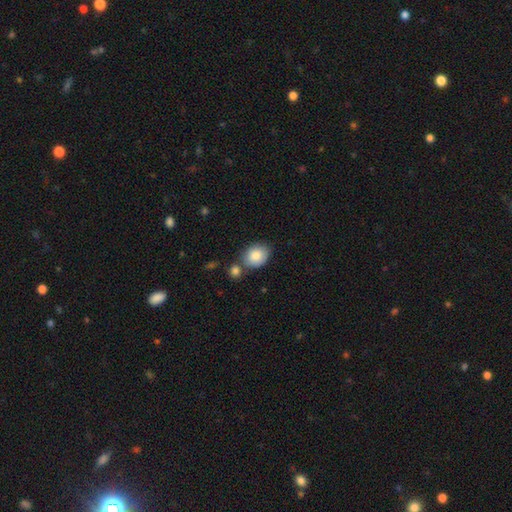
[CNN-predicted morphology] type=smooth (85%); roundness=in between (58%); merging=none (62%).